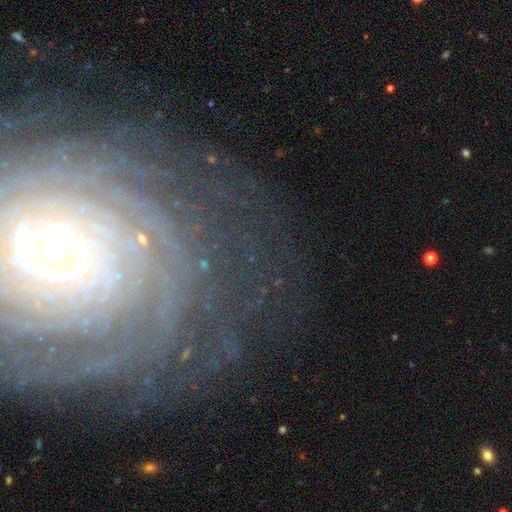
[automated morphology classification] Overall: featured or disk (82%). Edge-on disk: no (96%). Bar: no (61%; weak 24%). Spiral arms: yes (93%). Spiral arm count: can't tell (32%; more than 4 30%). Spiral winding: tight (84%). Bulge size: small (61%; moderate 31%). Merging: none (76%).